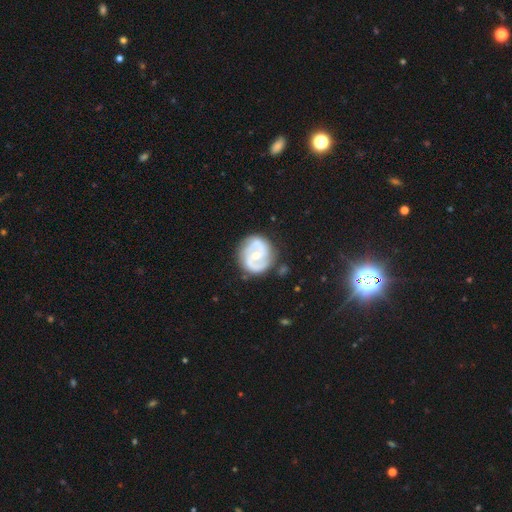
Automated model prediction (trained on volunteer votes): This appears to be a featured or disk galaxy (83%) with no bar (43%), 2 (87%) medium (45%) spiral arms (90%) and a moderate central bulge (58%). Merging: none (79%).